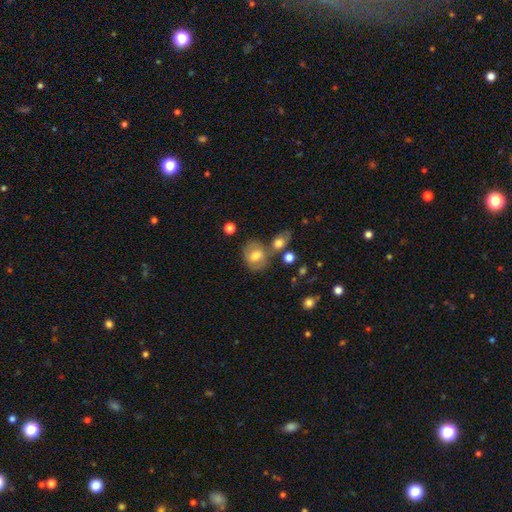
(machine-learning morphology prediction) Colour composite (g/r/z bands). It shows a smooth galaxy with no disk features (63%) that is round (51%). Merging: none (51%).